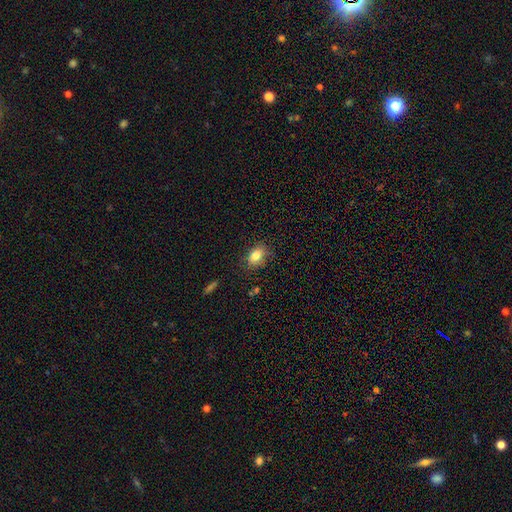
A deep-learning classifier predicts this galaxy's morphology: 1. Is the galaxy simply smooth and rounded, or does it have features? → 81% smooth, 10% star or artifact, 10% featured or disk.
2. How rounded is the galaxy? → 76% in between, 22% round, 2% cigar-shaped.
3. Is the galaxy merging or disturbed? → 78% none, 16% minor disturbance, 4% major disturbance, 2% merger.